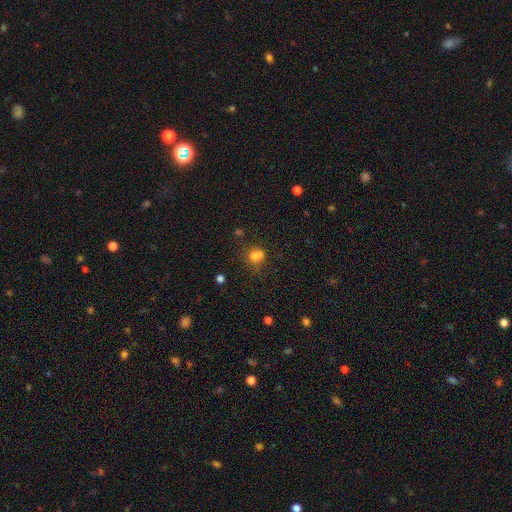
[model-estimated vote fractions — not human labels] smooth_or_featured: smooth (p=0.73) [alt: star or artifact p=0.15]
how_rounded: round (p=0.75) [alt: in between p=0.24]
merging: none (p=0.43) [alt: merger p=0.36]